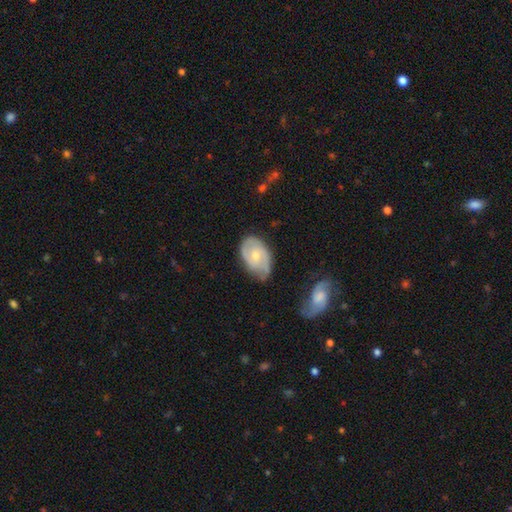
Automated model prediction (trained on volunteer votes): featured or disk 65%, smooth 29%, star or artifact 6%. Down the decision tree: edge-on disk — no (96%); bar — no (64%); spiral arms — yes (85%); spiral arm count — 2 (63%); spiral winding — medium (41%, tied with tight); bulge size — small (50%); merging — none (54%).